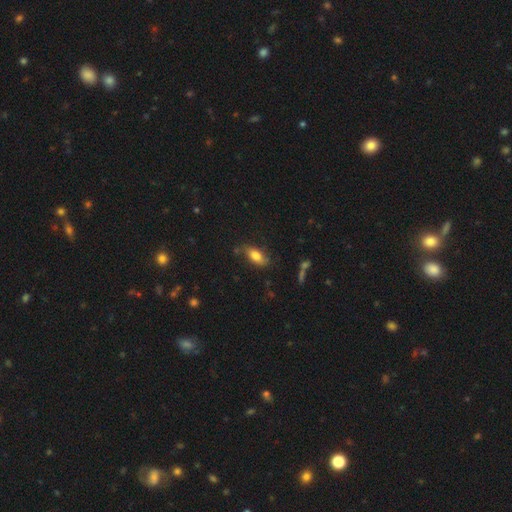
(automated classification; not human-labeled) smooth_or_featured: smooth (p=0.74) [alt: featured or disk p=0.18]
how_rounded: in between (p=0.85) [alt: cigar-shaped p=0.10]
merging: none (p=0.70) [alt: minor disturbance p=0.21]